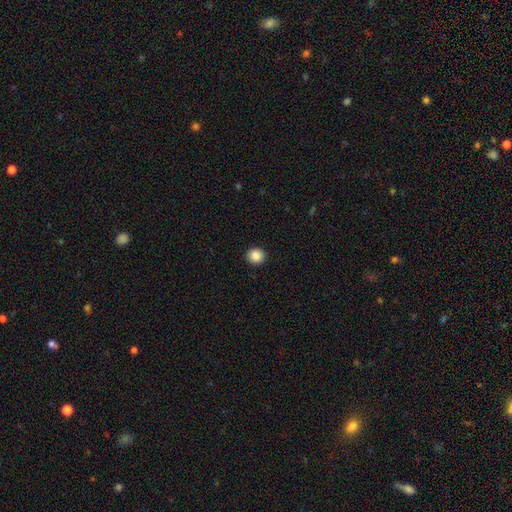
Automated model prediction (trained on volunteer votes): smooth 87%, star or artifact 9%, featured or disk 4%. Down the decision tree: how rounded — round (86%); merging — none (92%).